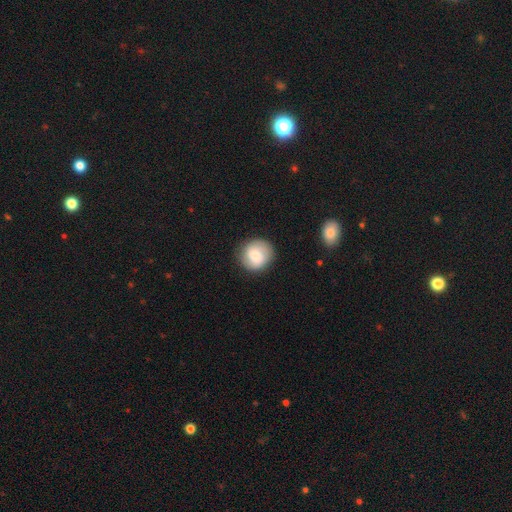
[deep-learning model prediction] smooth-or-featured: smooth: 71% | featured or disk: 22% | star or artifact: 7%
  how-rounded: round: 86% | in between: 13% | cigar-shaped: 1%
  merging: none: 83% | minor disturbance: 12% | major disturbance: 4% | merger: 1%